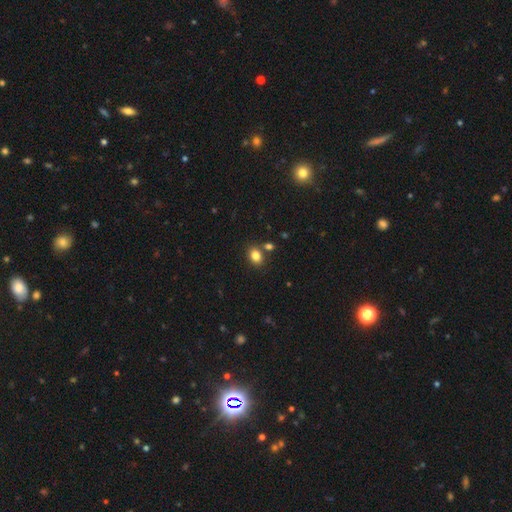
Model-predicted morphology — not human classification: Q: Smooth or featured?
A: smooth (83%); runner-up: star or artifact (11%)
Q: How rounded?
A: in between (65%); runner-up: round (34%)
Q: Merging?
A: none (75%); runner-up: merger (12%)